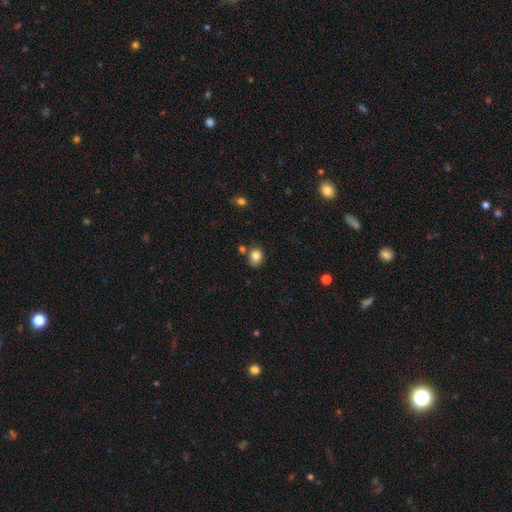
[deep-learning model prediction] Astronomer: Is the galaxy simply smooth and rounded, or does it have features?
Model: smooth — 83%.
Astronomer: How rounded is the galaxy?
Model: round — 52% (runner-up: in between, 47%).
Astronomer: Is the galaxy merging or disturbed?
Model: none — 69%.